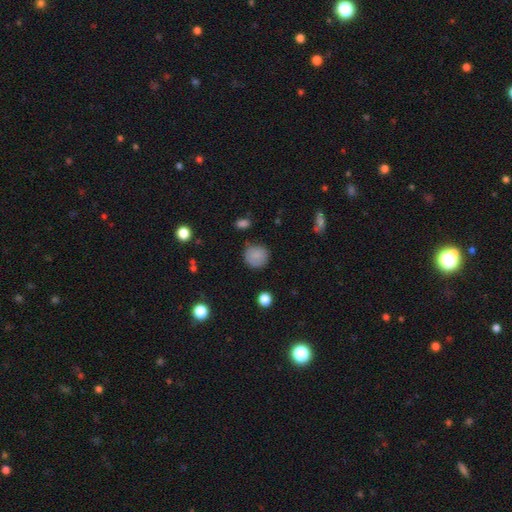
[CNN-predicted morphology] A smooth galaxy with no disk features (85%) that is round (90%).

Vote fractions:
- Smooth or featured? smooth: 85% / star or artifact: 9% / featured or disk: 6%
- How rounded? round: 90% / in between: 9% / cigar-shaped: 1%
- Merging? none: 82% / minor disturbance: 13% / major disturbance: 4% / merger: 2%